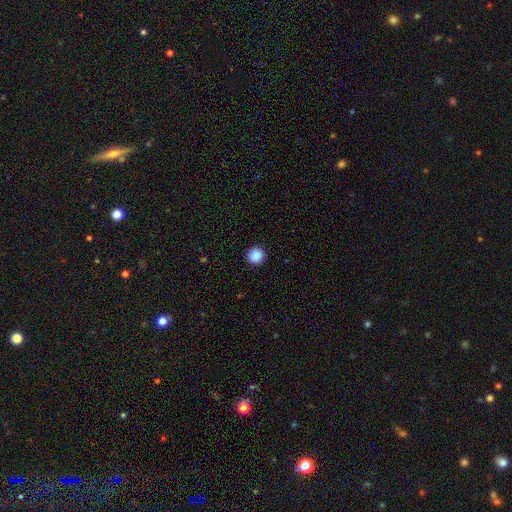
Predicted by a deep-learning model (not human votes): Q: Smooth or featured?
A: smooth (89%); runner-up: star or artifact (9%)
Q: How rounded?
A: round (94%); runner-up: in between (5%)
Q: Merging?
A: none (91%); runner-up: minor disturbance (6%)